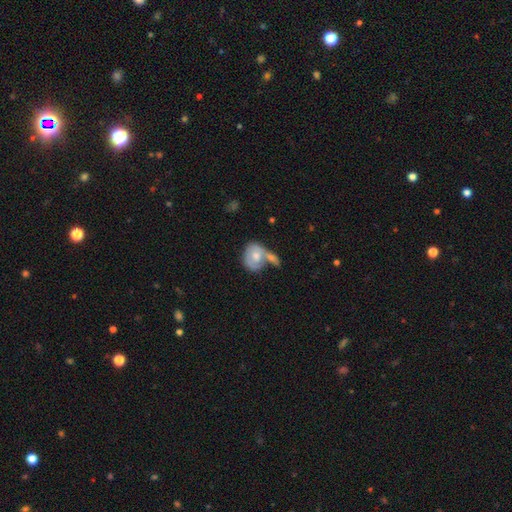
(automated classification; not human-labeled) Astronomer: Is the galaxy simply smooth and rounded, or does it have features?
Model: smooth — 57% (runner-up: featured or disk, 37%).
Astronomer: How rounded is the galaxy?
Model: in between — 58% (runner-up: round, 40%).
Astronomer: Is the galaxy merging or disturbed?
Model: merger — 53%.